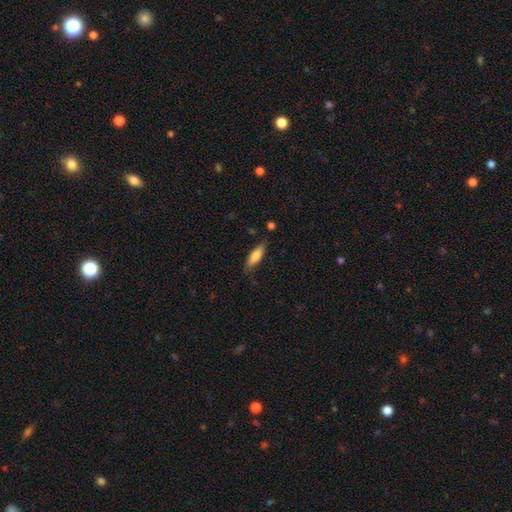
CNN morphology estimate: A smooth galaxy with no disk features (77%) that is cigar-shaped (55%).

Vote fractions:
- Smooth or featured? smooth: 77% / featured or disk: 16% / star or artifact: 6%
- How rounded? cigar-shaped: 55% / in between: 44% / round: 2%
- Merging? none: 78% / minor disturbance: 17% / major disturbance: 3% / merger: 2%